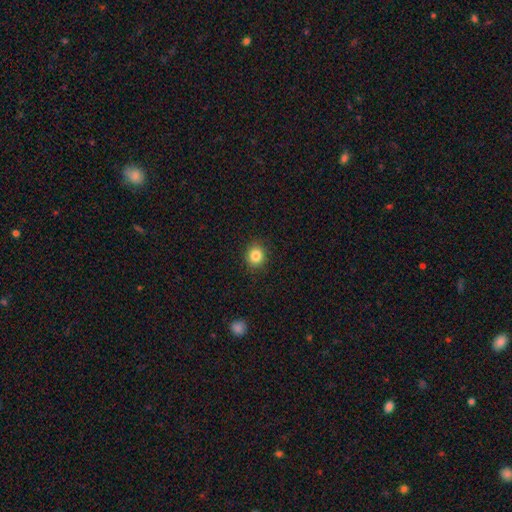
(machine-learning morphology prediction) This appears to be a smooth galaxy with no disk features (84%) that is round (78%). Merging: none (90%).